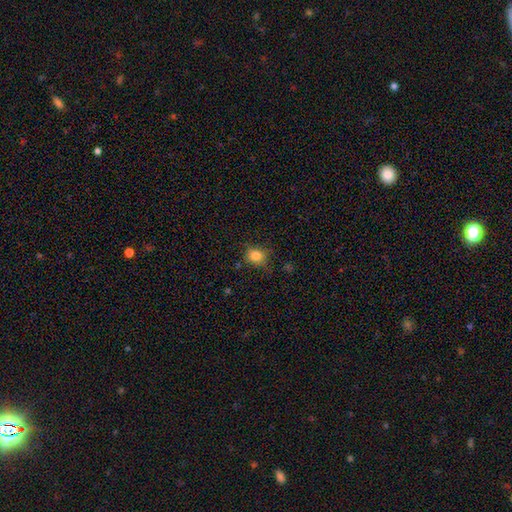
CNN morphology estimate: Smooth or featured: smooth — 82% (star or artifact — 12%)
How rounded: round — 74% (in between — 25%)
Merging: none — 77% (minor disturbance — 17%)